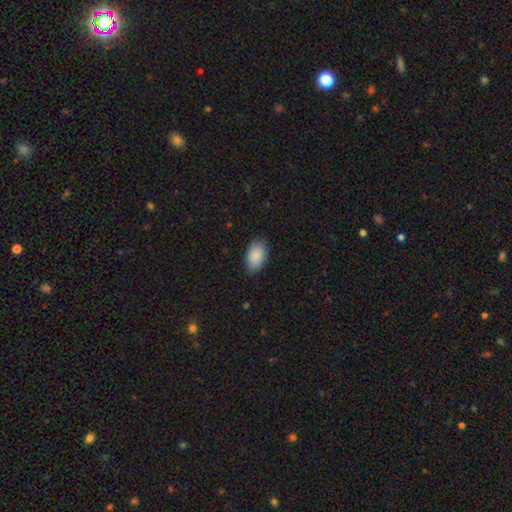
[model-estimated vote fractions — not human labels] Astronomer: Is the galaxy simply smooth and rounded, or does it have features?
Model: smooth — 88%.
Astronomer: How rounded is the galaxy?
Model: in between — 93%.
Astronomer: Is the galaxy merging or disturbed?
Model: none — 82%.